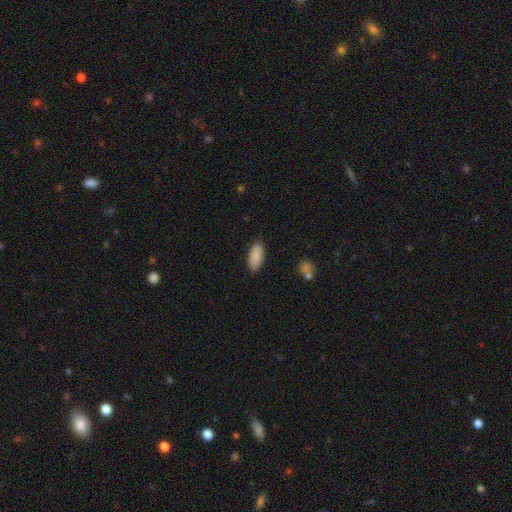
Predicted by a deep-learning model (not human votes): Overall: smooth (88%). How rounded: in between (89%). Merging: none (86%).